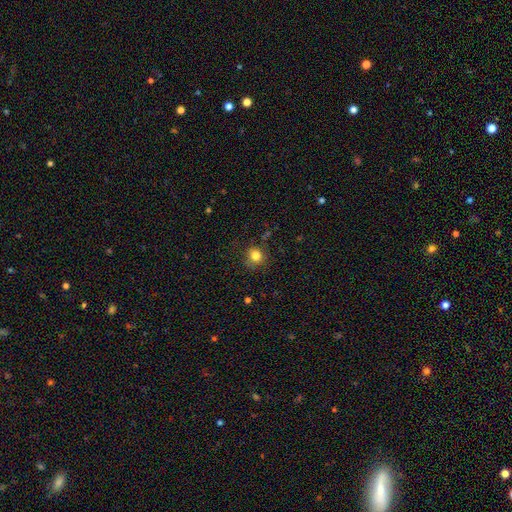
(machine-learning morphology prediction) Smooth or featured: smooth — 82% (star or artifact — 12%)
How rounded: round — 86% (in between — 14%)
Merging: none — 83% (minor disturbance — 12%)